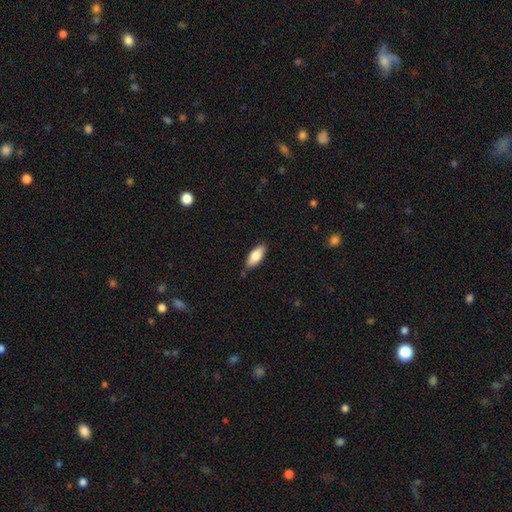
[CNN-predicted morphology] smooth_or_featured: smooth (p=0.77) [alt: featured or disk p=0.17]
how_rounded: in between (p=0.83) [alt: cigar-shaped p=0.15]
merging: none (p=0.83) [alt: minor disturbance p=0.13]